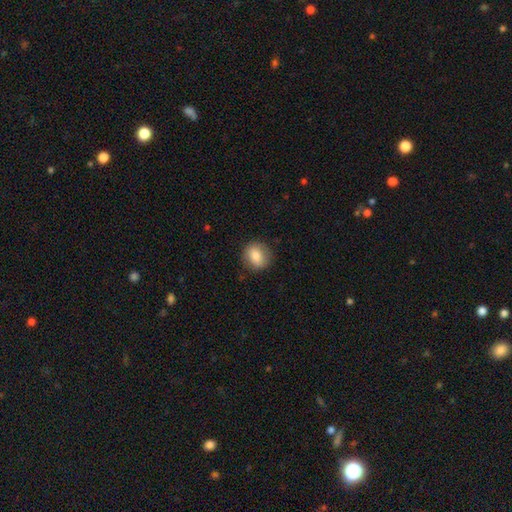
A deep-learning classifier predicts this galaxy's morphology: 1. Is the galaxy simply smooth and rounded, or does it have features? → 80% smooth, 12% featured or disk, 8% star or artifact.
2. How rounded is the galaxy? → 72% round, 27% in between, 1% cigar-shaped.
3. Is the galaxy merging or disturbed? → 83% none, 12% minor disturbance, 4% major disturbance, 1% merger.